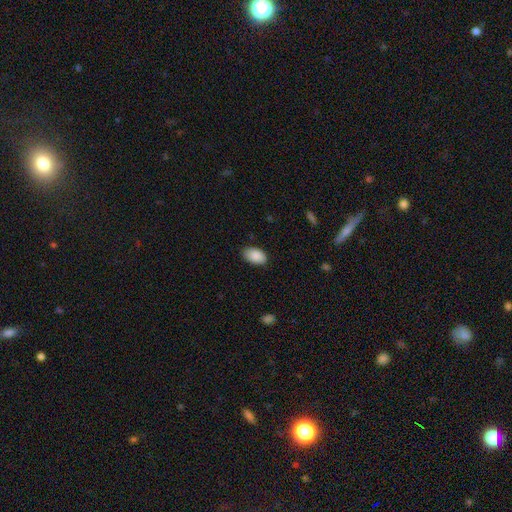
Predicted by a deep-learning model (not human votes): smooth 89%, star or artifact 7%, featured or disk 4%. Down the decision tree: how rounded — in between (93%); merging — none (83%).